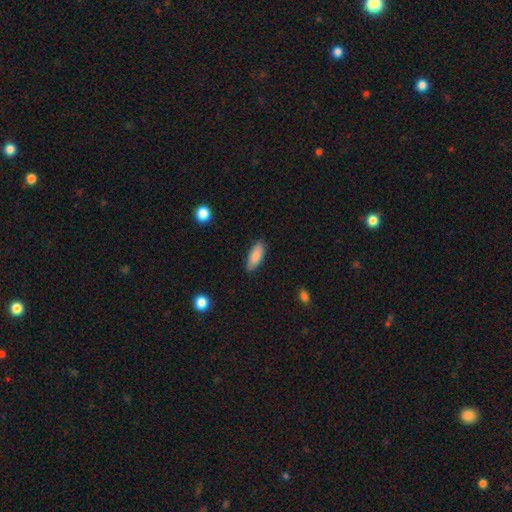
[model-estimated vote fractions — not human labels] Morphology: type=smooth (85%); roundness=in between (77%); merging=none (81%).